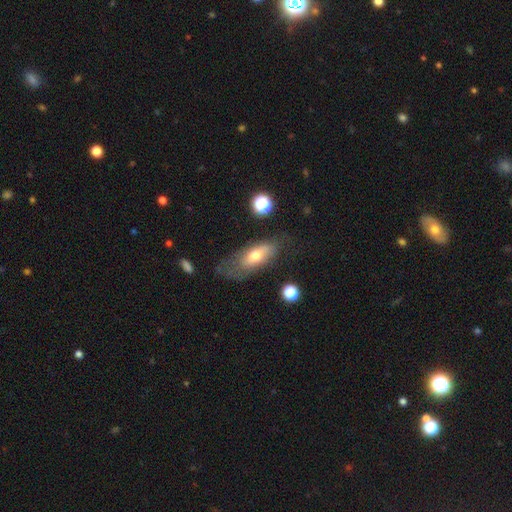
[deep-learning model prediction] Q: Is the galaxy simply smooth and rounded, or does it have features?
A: smooth — 57%.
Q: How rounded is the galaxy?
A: in between — 76%.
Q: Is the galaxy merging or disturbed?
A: none — 47%.